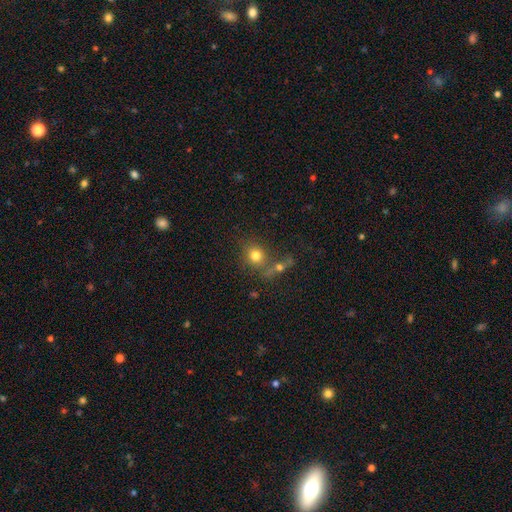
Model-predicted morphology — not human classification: Q: Smooth or featured?
A: smooth (76%); runner-up: star or artifact (13%)
Q: How rounded?
A: round (76%); runner-up: in between (23%)
Q: Merging?
A: none (55%); runner-up: merger (28%)